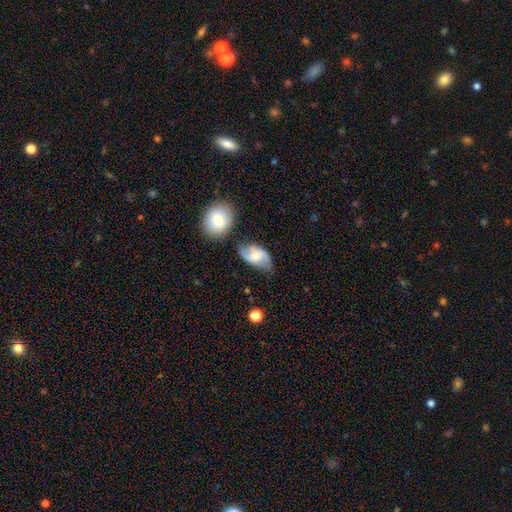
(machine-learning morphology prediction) smooth_or_featured: featured or disk (p=0.59) [alt: smooth p=0.34]
disk_edge_on: no (p=0.95) [alt: yes p=0.05]
bar: no (p=0.48) [alt: weak p=0.41]
has_spiral_arms: yes (p=0.86) [alt: no p=0.14]
bulge_size: moderate (p=0.55) [alt: small p=0.37]
merging: none (p=0.59) [alt: minor disturbance p=0.25]